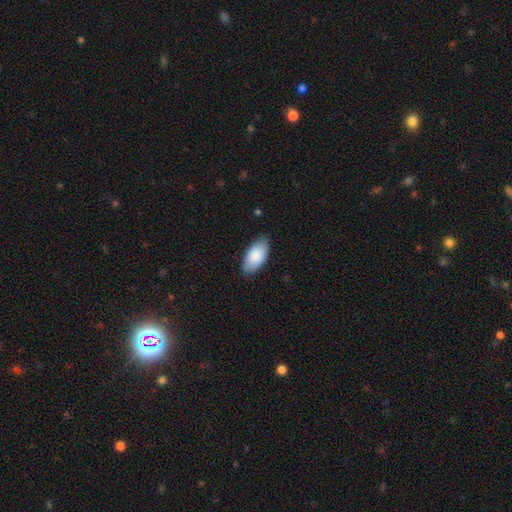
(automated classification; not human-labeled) smooth_or_featured: smooth (p=0.88) [alt: featured or disk p=0.07]
how_rounded: in between (p=0.95) [alt: cigar-shaped p=0.03]
merging: none (p=0.82) [alt: minor disturbance p=0.14]